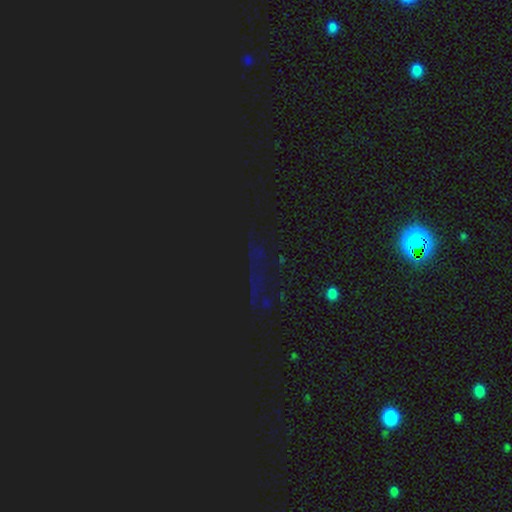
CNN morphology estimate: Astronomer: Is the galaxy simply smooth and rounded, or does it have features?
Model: star or artifact — 80%.